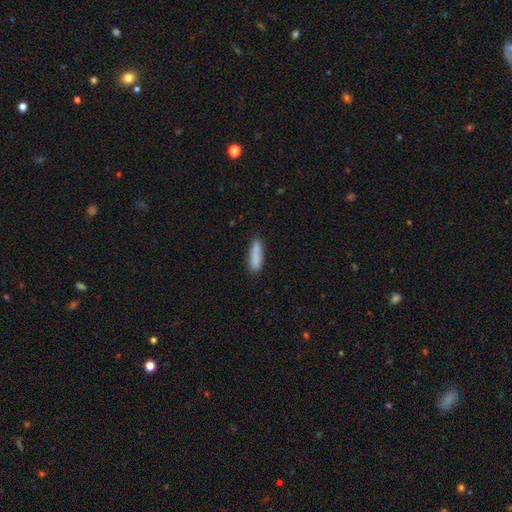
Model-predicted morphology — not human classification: Smooth or featured?
  - smooth: 85% *
  - featured or disk: 9%
  - star or artifact: 6%
How rounded?
  - cigar-shaped: 72% *
  - in between: 26%
  - round: 2%
Merging?
  - none: 80% *
  - minor disturbance: 14%
  - merger: 3%
  - major disturbance: 3%